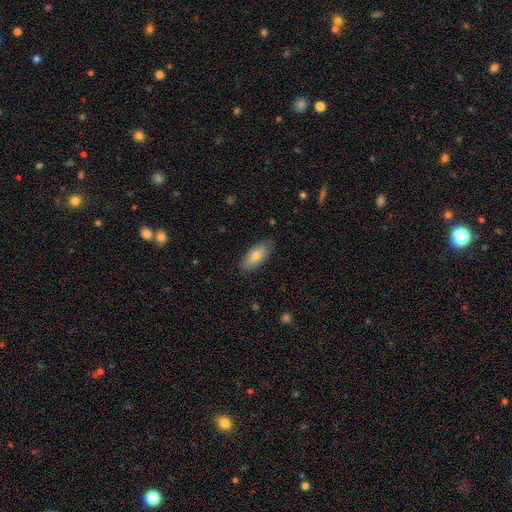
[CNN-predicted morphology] smooth 76%, featured or disk 18%, star or artifact 7%. Down the decision tree: how rounded — in between (84%); merging — none (85%).